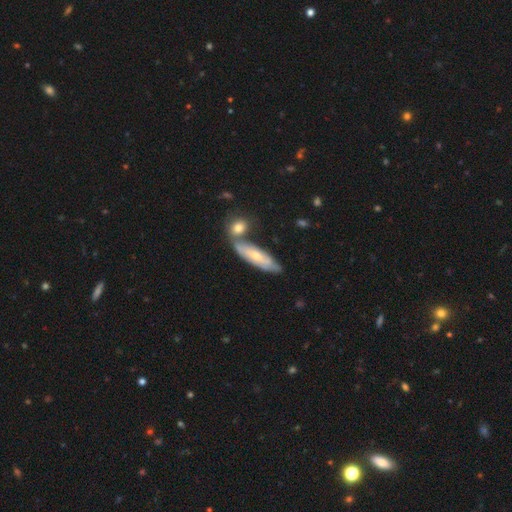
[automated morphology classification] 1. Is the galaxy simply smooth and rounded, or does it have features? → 48% smooth, 47% featured or disk, 6% star or artifact.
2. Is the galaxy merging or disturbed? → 53% none, 27% merger, 16% minor disturbance, 4% major disturbance.